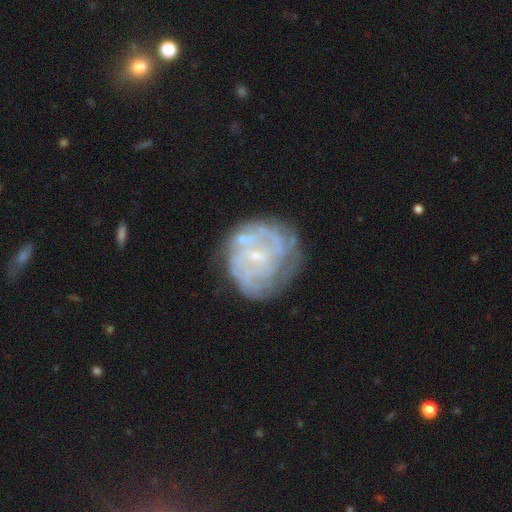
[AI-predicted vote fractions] This is likely a featured or disk galaxy (75%). It is clearly not viewed edge-on (98%). Bar: possibly no (56%). Spiral arm pattern: likely yes (75%). Spiral arm count: possibly can't tell (53%). Spiral winding: possibly tight (60%). Central bulge: likely small (73%). Merging: likely none (61%).